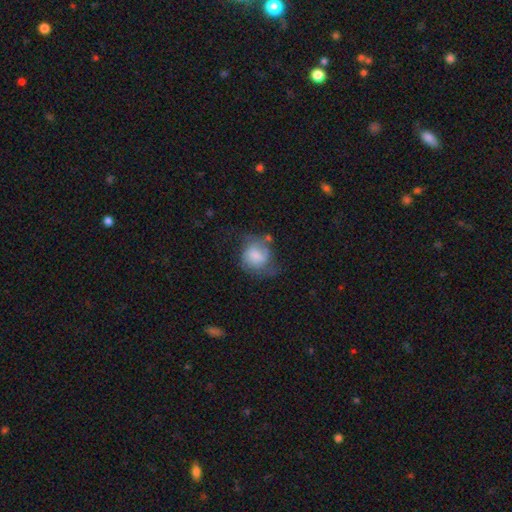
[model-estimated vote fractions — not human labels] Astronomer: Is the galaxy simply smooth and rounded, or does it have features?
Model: smooth — 62%.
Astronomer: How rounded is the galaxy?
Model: round — 67%.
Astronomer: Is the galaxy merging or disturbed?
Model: none — 36% (runner-up: minor disturbance, 31%).